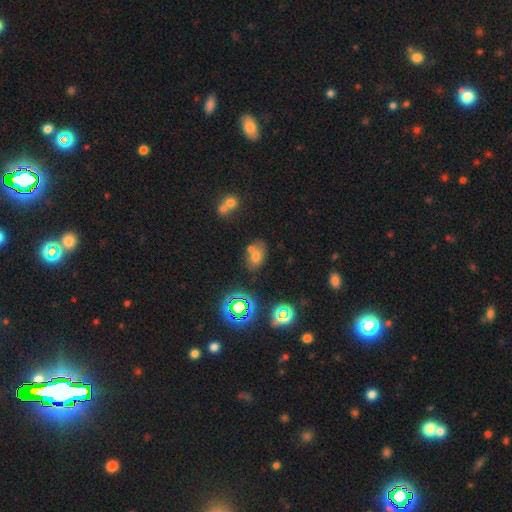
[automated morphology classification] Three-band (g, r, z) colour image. It shows a smooth galaxy with no disk features (60%) that is in between round and cigar-shaped (77%). Merging: none (54%).